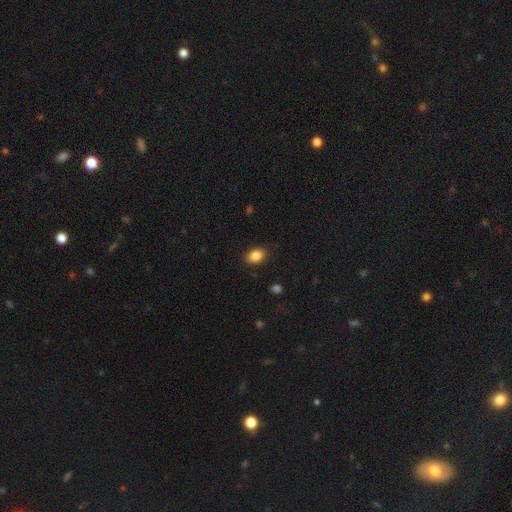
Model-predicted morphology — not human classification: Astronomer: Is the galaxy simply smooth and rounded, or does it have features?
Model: smooth — 86%.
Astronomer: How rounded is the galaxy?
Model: in between — 79%.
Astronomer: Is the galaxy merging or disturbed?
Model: none — 87%.